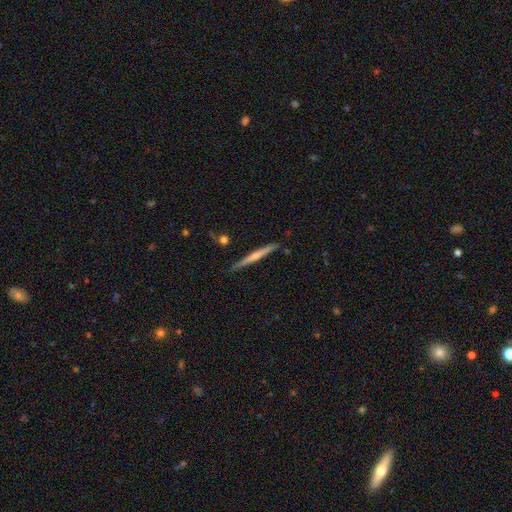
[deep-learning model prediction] A featured or disk galaxy (50%) viewed edge-on (97%). Merging: none (84%).